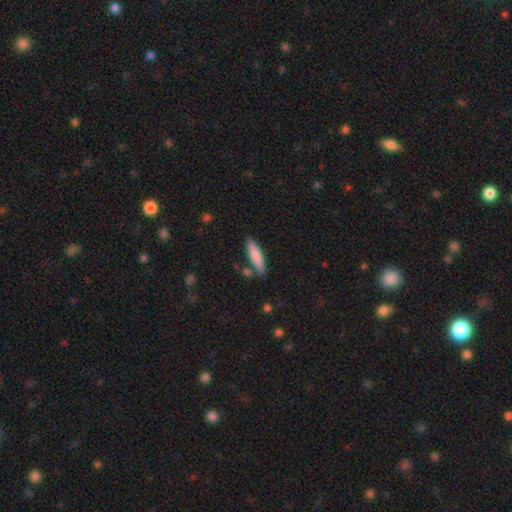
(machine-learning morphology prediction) Smooth or featured?
  - smooth: 79% *
  - featured or disk: 16%
  - star or artifact: 6%
How rounded?
  - cigar-shaped: 80% *
  - in between: 18%
  - round: 1%
Merging?
  - none: 81% *
  - minor disturbance: 11%
  - merger: 5%
  - major disturbance: 2%